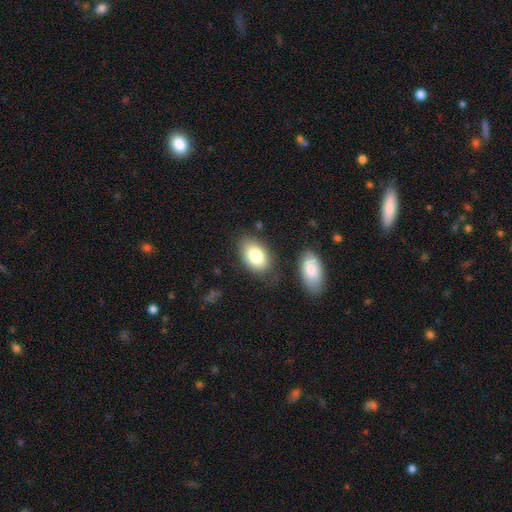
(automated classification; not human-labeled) Smooth or featured: smooth — 81% (featured or disk — 12%)
How rounded: in between — 88% (round — 11%)
Merging: none — 76% (minor disturbance — 15%)